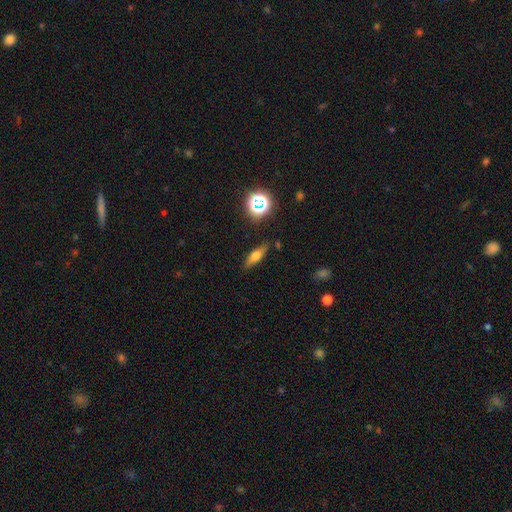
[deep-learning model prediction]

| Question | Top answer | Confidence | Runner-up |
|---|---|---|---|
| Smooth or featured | smooth | 60% | featured or disk (27%) |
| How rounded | in between | 51% | cigar-shaped (43%) |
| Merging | none | 83% | minor disturbance (12%) |